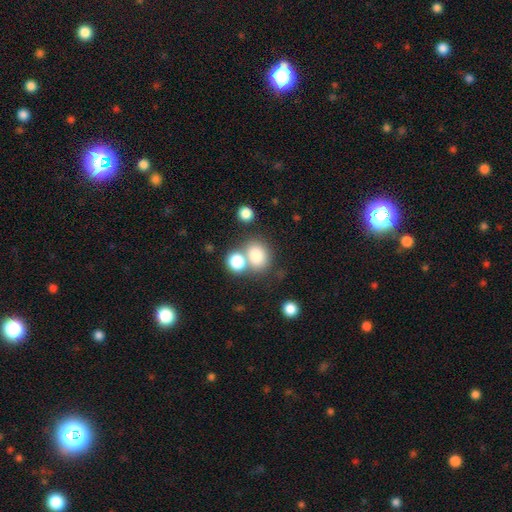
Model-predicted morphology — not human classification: A smooth galaxy with no disk features (80%) that is round (55%). Merging: none (52%).